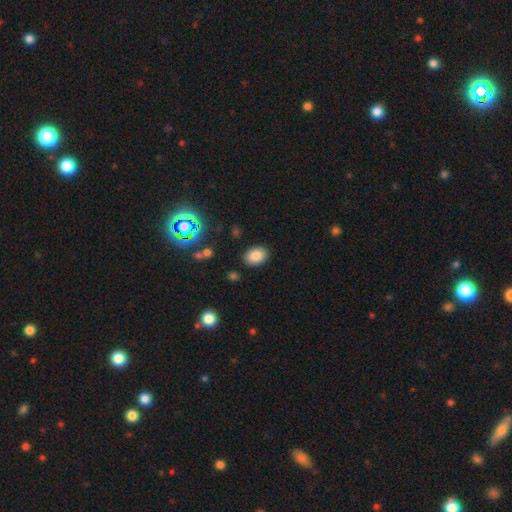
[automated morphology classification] A smooth galaxy with no disk features (84%) that is in between round and cigar-shaped (76%).

Vote fractions:
- Smooth or featured? smooth: 84% / star or artifact: 11% / featured or disk: 5%
- How rounded? in between: 76% / round: 23% / cigar-shaped: 1%
- Merging? none: 86% / minor disturbance: 9% / major disturbance: 3% / merger: 2%